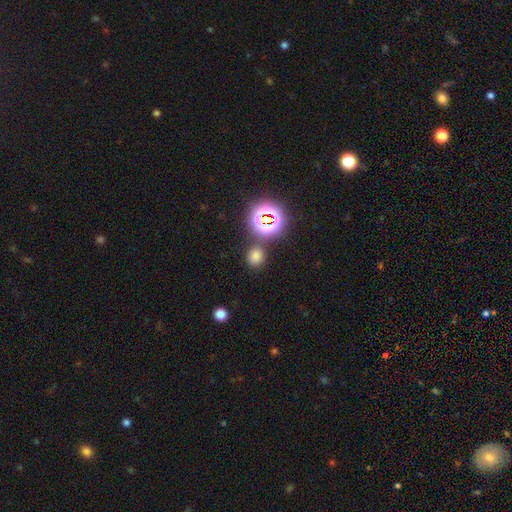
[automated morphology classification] Smooth or featured? Predicted: smooth (p=0.70). How rounded? Predicted: round (p=0.77). Merging? Predicted: none (p=0.80).